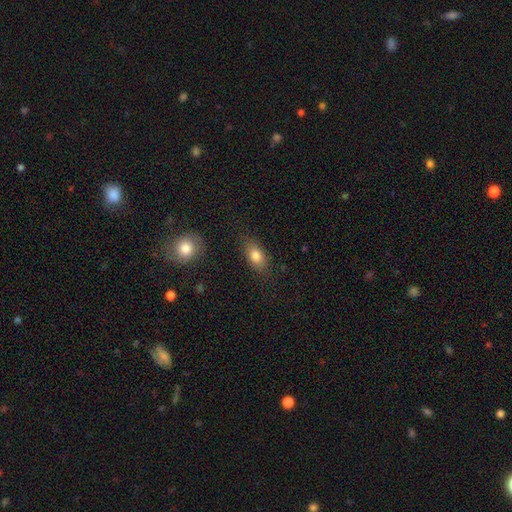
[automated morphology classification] Smooth or featured? Predicted: smooth (p=0.80). How rounded? Predicted: in between (p=0.83). Merging? Predicted: none (p=0.80).